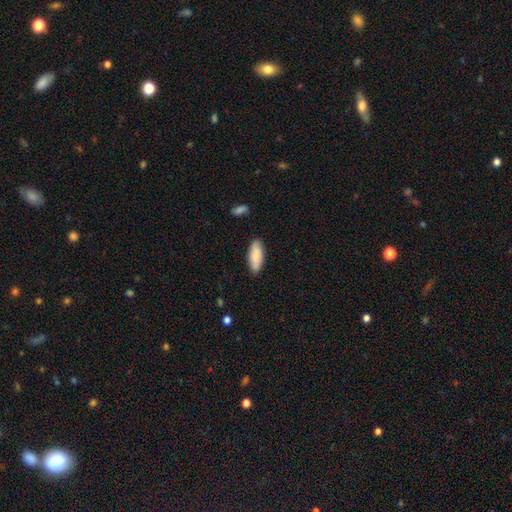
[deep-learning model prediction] Q: Smooth or featured?
A: smooth (83%); runner-up: featured or disk (11%)
Q: How rounded?
A: in between (74%); runner-up: cigar-shaped (25%)
Q: Merging?
A: none (84%); runner-up: minor disturbance (12%)